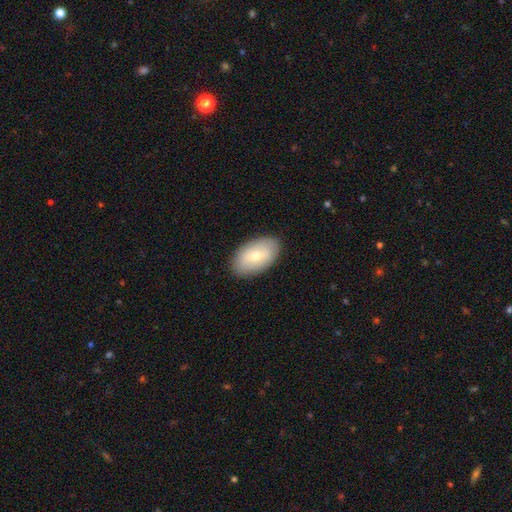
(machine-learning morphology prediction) Smooth or featured: smooth — 62% (featured or disk — 32%)
How rounded: in between — 93% (round — 5%)
Merging: none — 86% (minor disturbance — 10%)